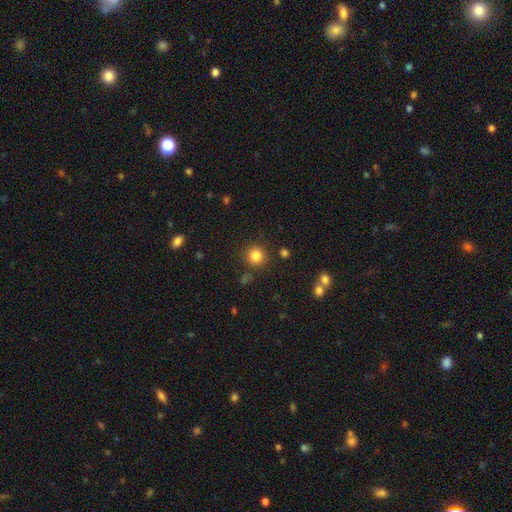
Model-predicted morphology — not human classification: A smooth galaxy with no disk features (83%) that is round (90%).

Vote fractions:
- Smooth or featured? smooth: 83% / star or artifact: 12% / featured or disk: 5%
- How rounded? round: 90% / in between: 9% / cigar-shaped: 1%
- Merging? none: 85% / minor disturbance: 8% / merger: 3% / major disturbance: 3%